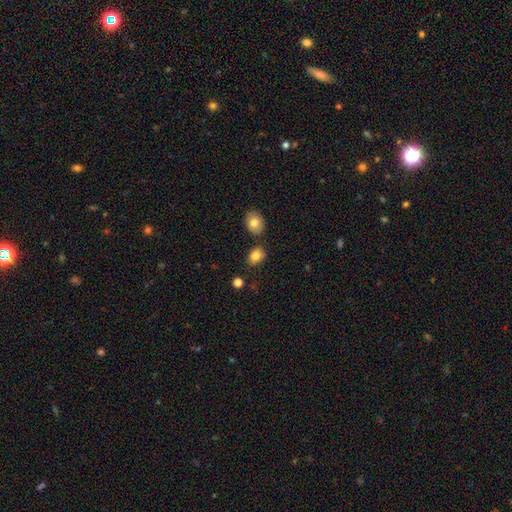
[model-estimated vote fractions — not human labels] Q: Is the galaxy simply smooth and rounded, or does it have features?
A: smooth — 83%.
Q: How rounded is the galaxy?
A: in between — 68%.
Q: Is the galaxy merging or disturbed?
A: none — 75%.